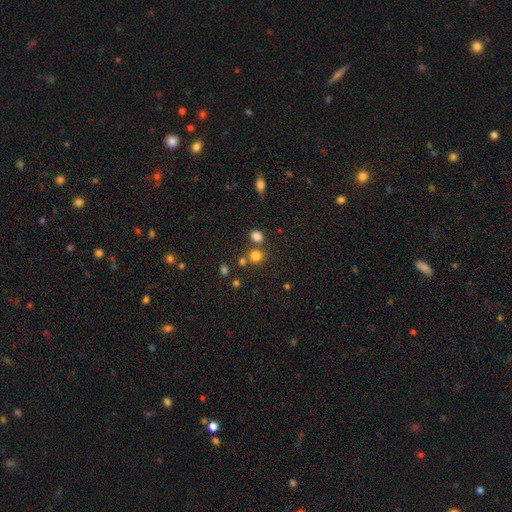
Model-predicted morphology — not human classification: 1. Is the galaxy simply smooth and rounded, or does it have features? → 79% smooth, 15% star or artifact, 6% featured or disk.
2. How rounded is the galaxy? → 82% round, 17% in between, 1% cigar-shaped.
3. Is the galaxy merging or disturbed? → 69% none, 19% merger, 8% minor disturbance, 3% major disturbance.